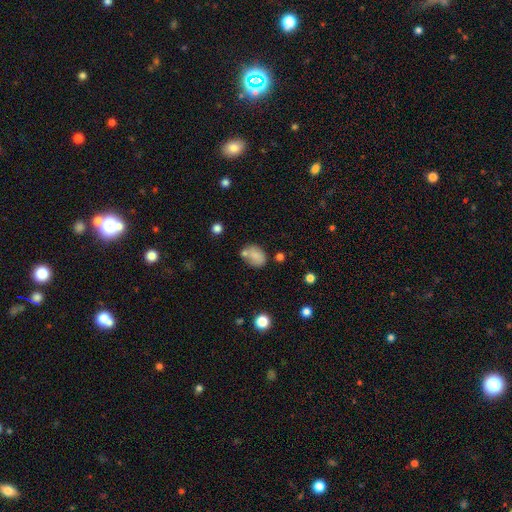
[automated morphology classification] smooth_or_featured: smooth (p=0.79) [alt: featured or disk p=0.11]
how_rounded: in between (p=0.72) [alt: round p=0.27]
merging: none (p=0.51) [alt: merger p=0.23]